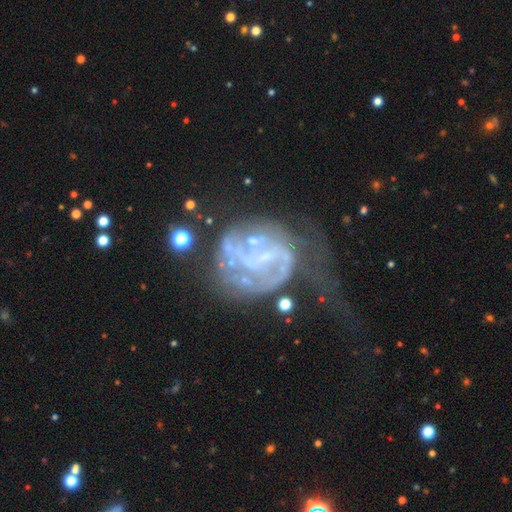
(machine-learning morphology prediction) Smooth or featured? Predicted: featured or disk (p=0.76). Edge-on disk? Predicted: no (p=0.97). Bar? Predicted: no (p=0.54). Spiral arms? Predicted: yes (p=0.74). Spiral winding? Predicted: tight (p=0.42). Spiral arm count? Predicted: can't tell (p=0.37). Bulge size? Predicted: small (p=0.60). Merging? Predicted: major disturbance (p=0.46).